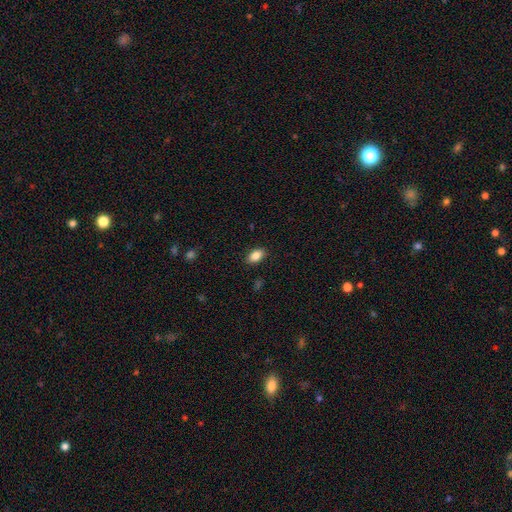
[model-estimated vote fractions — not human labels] A smooth galaxy with no disk features (86%) that is in between round and cigar-shaped (89%). Merging: none (88%).